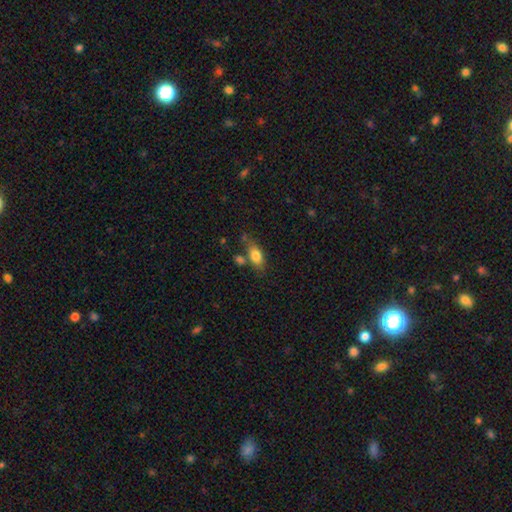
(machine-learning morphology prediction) A smooth galaxy with no disk features (79%) that is in between round and cigar-shaped (83%).

Vote fractions:
- Smooth or featured? smooth: 79% / featured or disk: 13% / star or artifact: 8%
- How rounded? in between: 83% / cigar-shaped: 10% / round: 7%
- Merging? none: 59% / minor disturbance: 18% / merger: 17% / major disturbance: 6%